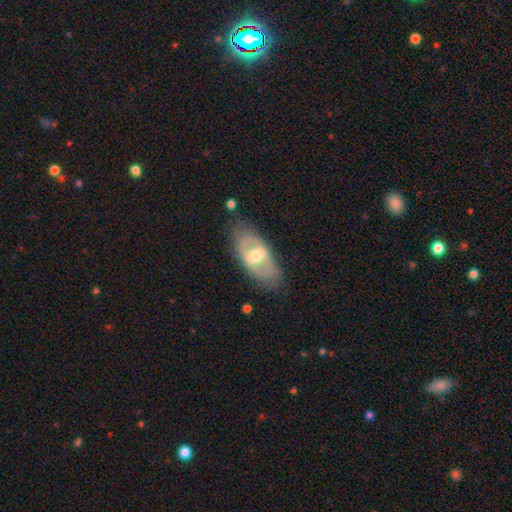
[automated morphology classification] This is likely a featured or disk galaxy (64%). It is clearly not viewed edge-on (87%). Bar: marginally weak (42%). Spiral arm pattern: likely no (60%). Central bulge: likely moderate (68%). Merging: likely none (76%).